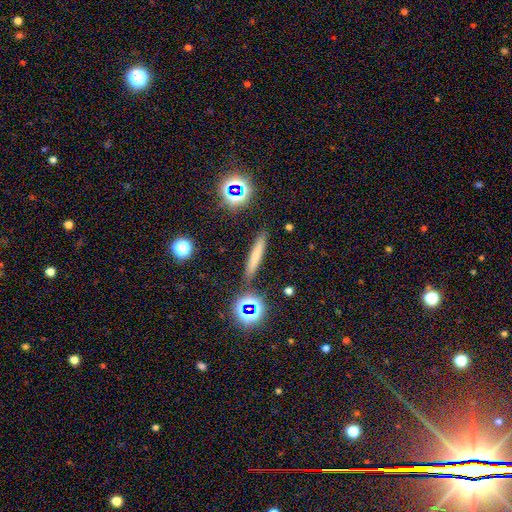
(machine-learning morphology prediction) Smooth or featured? Predicted: smooth (p=0.65). How rounded? Predicted: cigar-shaped (p=0.89). Merging? Predicted: none (p=0.87).